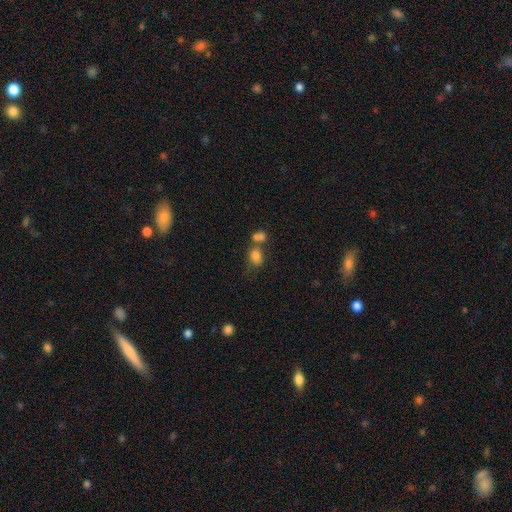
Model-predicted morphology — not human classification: A smooth galaxy with no disk features (79%) that is in between round and cigar-shaped (65%). Merging: merger (45%).